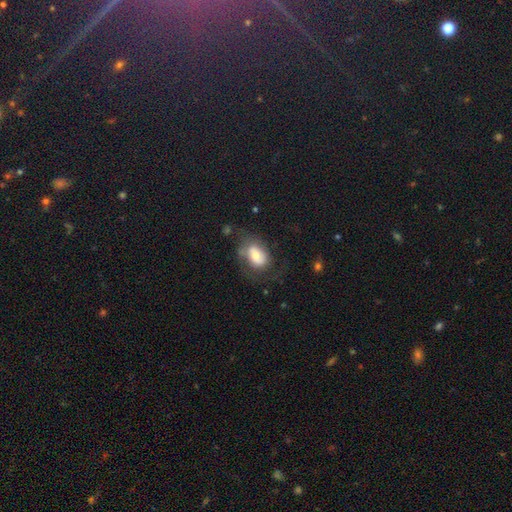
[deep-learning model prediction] Overall: smooth (55%; featured or disk 37%). How rounded: in between (76%). Merging: none (47%; minor disturbance 25%).